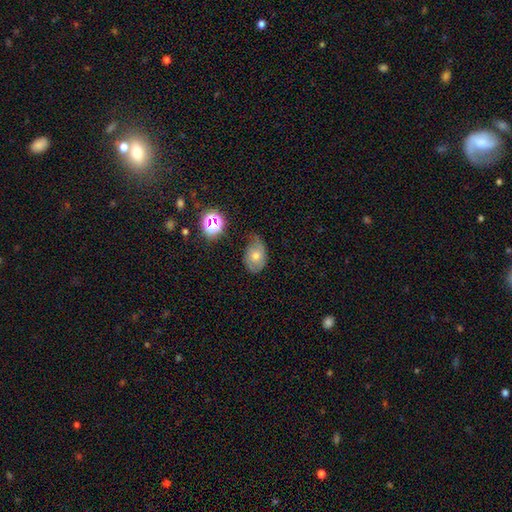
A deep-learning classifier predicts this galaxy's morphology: Smooth or featured? smooth (51%)
How rounded? in between (73%)
Merging? none (44%)